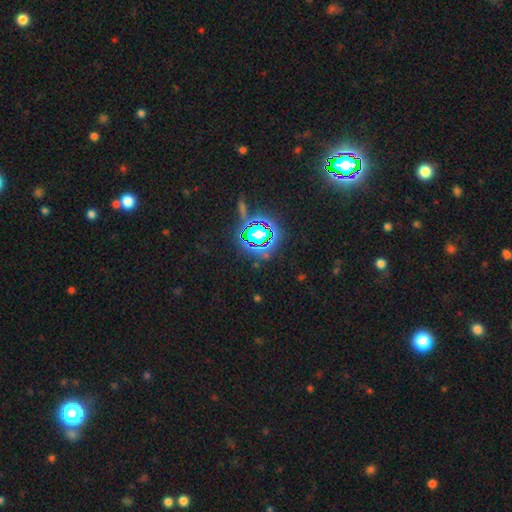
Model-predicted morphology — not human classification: This is clearly a star or artifact rather than a galaxy (82%).